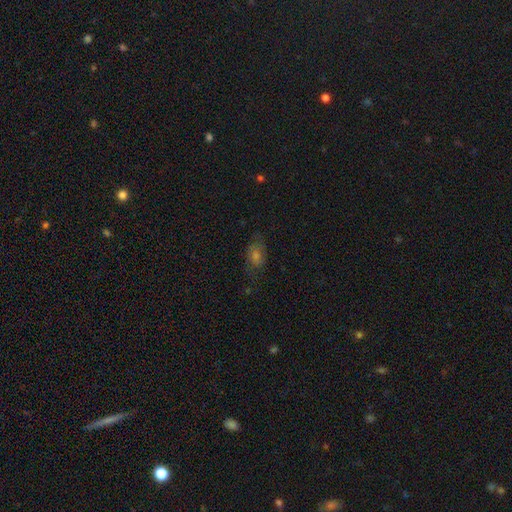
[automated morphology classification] Smooth or featured: smooth — 46% (featured or disk — 34%)
Merging: none — 67% (minor disturbance — 21%)